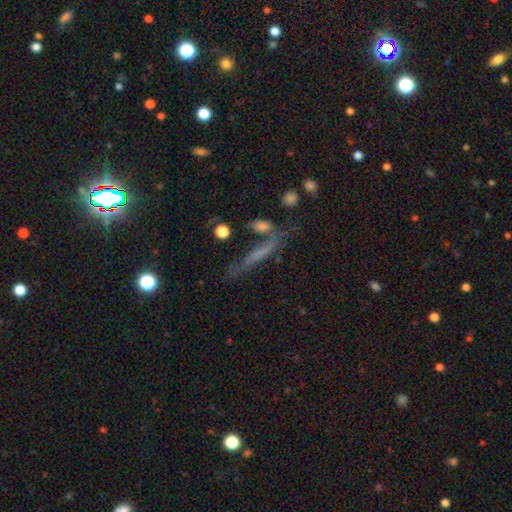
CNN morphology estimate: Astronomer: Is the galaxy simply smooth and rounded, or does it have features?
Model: smooth — 40% (runner-up: featured or disk, 36%).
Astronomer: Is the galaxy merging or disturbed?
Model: none — 60%.